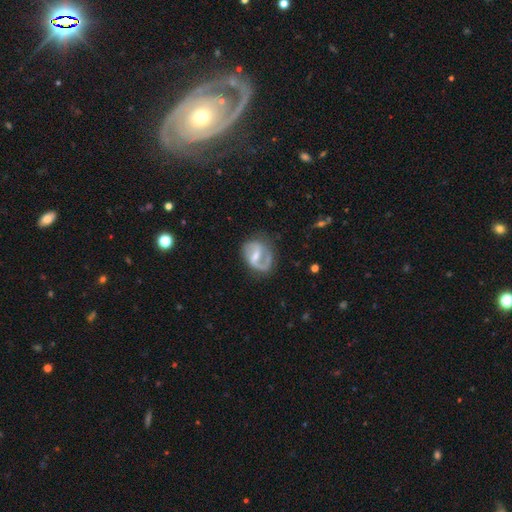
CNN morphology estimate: This appears to be a featured or disk galaxy (79%) with a weak bar (49%), 2 (70%) medium (48%) spiral arms (87%) and a moderate central bulge (46%). Merging: none (63%).